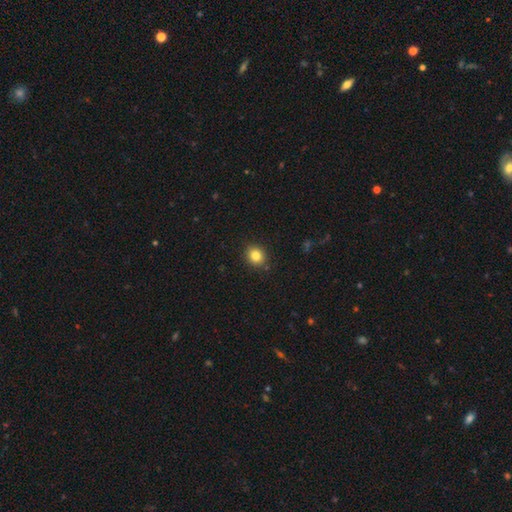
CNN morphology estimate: smooth 83%, star or artifact 11%, featured or disk 7%. Down the decision tree: how rounded — round (75%); merging — none (89%).